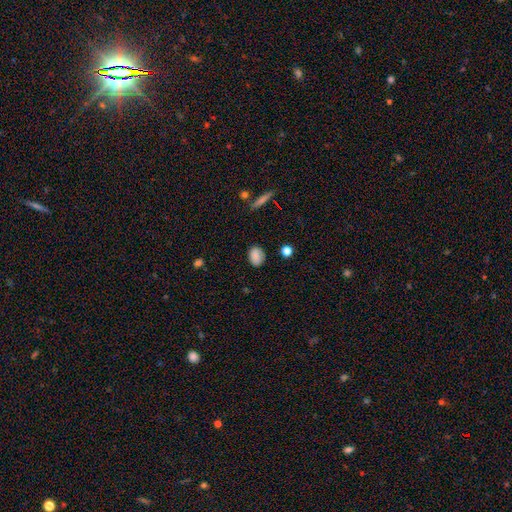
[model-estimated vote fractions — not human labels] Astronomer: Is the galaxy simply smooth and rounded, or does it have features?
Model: smooth — 83%.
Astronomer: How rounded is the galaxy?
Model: in between — 69%.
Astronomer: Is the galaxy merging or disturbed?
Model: none — 77%.